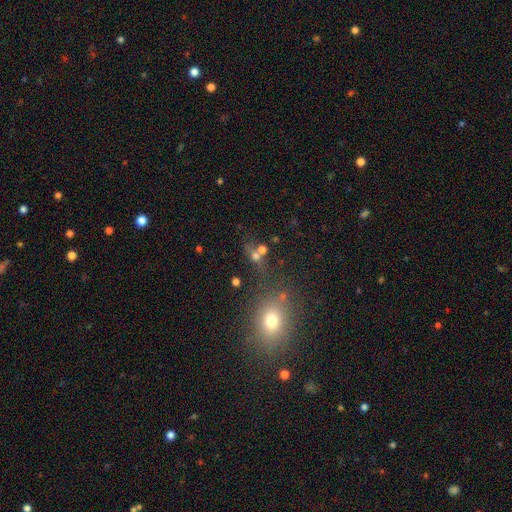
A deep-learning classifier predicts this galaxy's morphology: smooth_or_featured: smooth (p=0.59) [alt: star or artifact p=0.25]
how_rounded: round (p=0.61) [alt: in between p=0.34]
merging: none (p=0.49) [alt: merger p=0.32]